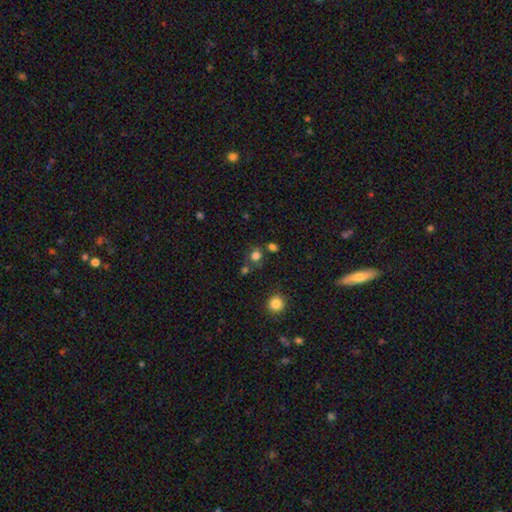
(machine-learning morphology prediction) type=smooth (77%); roundness=round (79%); merging=none (68%).